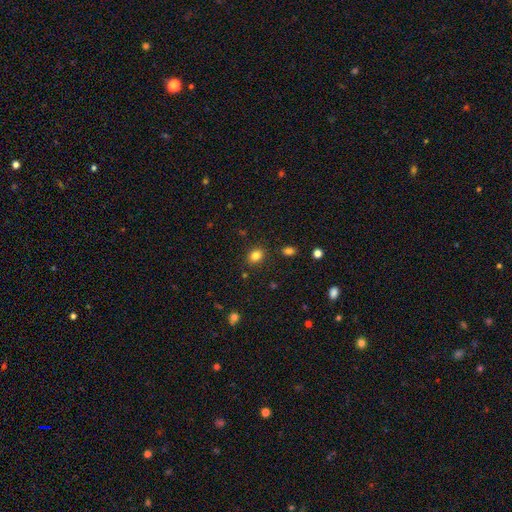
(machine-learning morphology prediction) Overall: smooth (82%). How rounded: round (52%; in between 47%). Merging: none (85%).